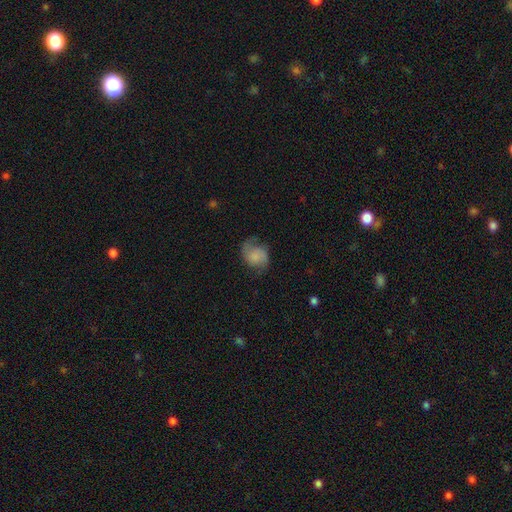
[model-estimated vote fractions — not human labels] A featured or disk galaxy (49%).

Vote fractions:
- Smooth or featured? featured or disk: 49% / smooth: 42% / star or artifact: 9%
- Merging? none: 60% / minor disturbance: 24% / major disturbance: 14% / merger: 2%